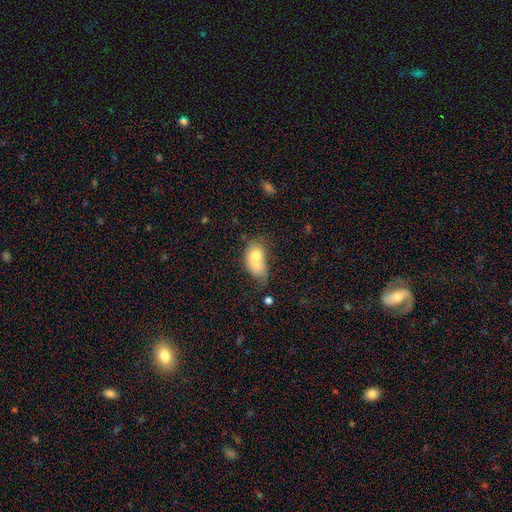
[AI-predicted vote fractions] A smooth galaxy with no disk features (68%) that is in between round and cigar-shaped (79%). Merging: merger (57%).